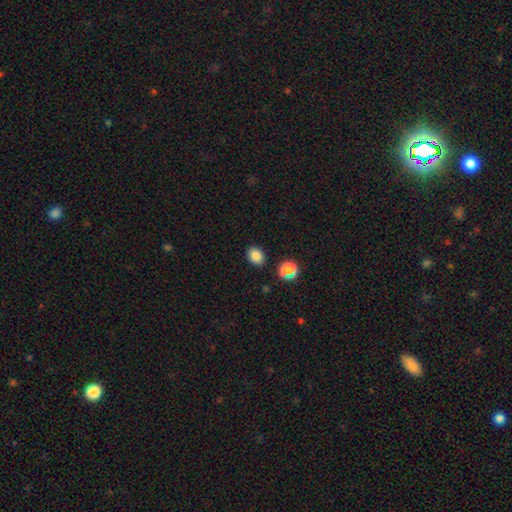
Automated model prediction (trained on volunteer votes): Smooth or featured? Predicted: smooth (p=0.83). How rounded? Predicted: in between (p=0.55). Merging? Predicted: none (p=0.87).